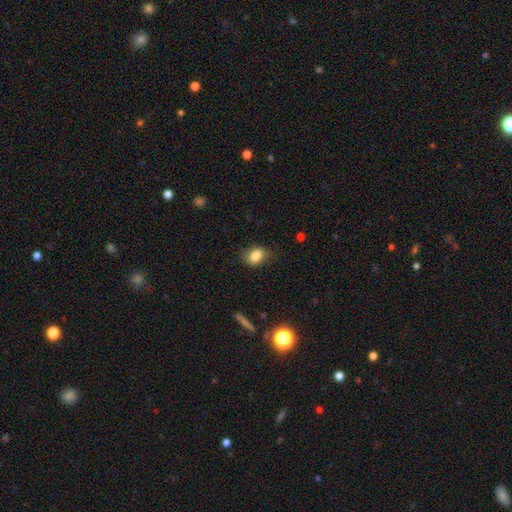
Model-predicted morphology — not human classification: Smooth or featured? smooth (83%)
How rounded? in between (68%)
Merging? none (74%)